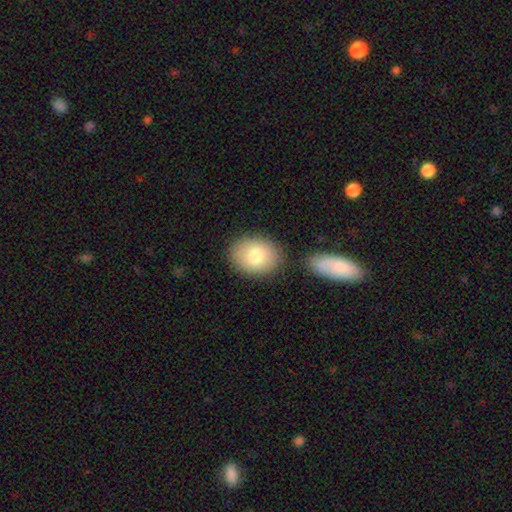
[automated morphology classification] Smooth or featured: smooth — 80% (featured or disk — 13%)
How rounded: in between — 61% (round — 38%)
Merging: none — 80% (minor disturbance — 11%)